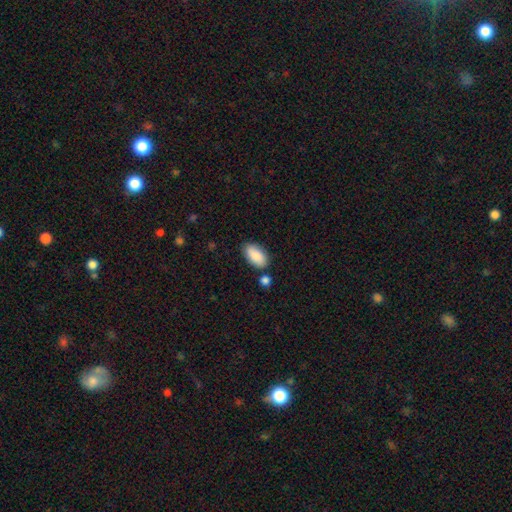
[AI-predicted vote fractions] A smooth galaxy with no disk features (87%) that is in between round and cigar-shaped (94%).

Vote fractions:
- Smooth or featured? smooth: 87% / featured or disk: 7% / star or artifact: 6%
- How rounded? in between: 94% / cigar-shaped: 3% / round: 3%
- Merging? none: 76% / minor disturbance: 14% / merger: 7% / major disturbance: 3%